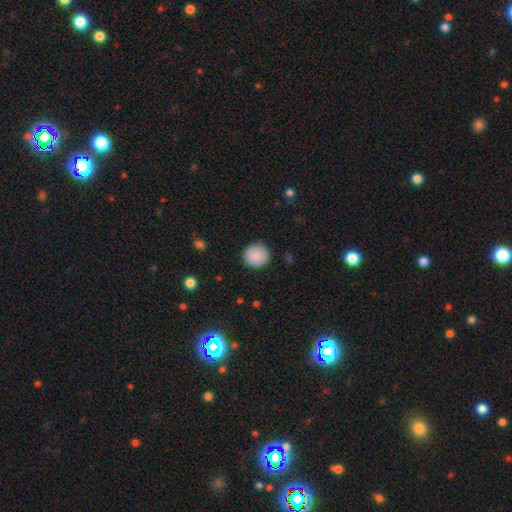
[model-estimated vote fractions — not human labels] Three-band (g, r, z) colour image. It shows a smooth galaxy with no disk features (88%) that is round (91%). Merging: none (88%).